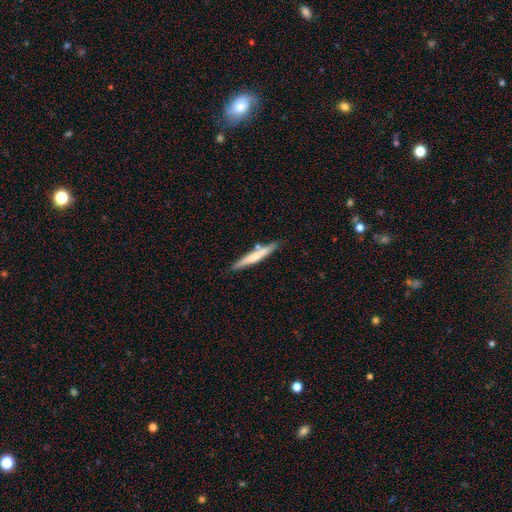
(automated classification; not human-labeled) smooth-or-featured: smooth: 57% | featured or disk: 38% | star or artifact: 5%
  how-rounded: cigar-shaped: 95% | in between: 4% | round: 1%
  merging: none: 79% | minor disturbance: 12% | merger: 8% | major disturbance: 2%